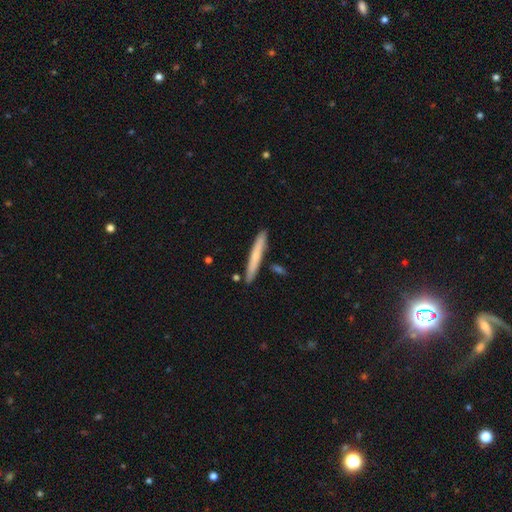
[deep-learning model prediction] A smooth galaxy with no disk features (63%) that is cigar-shaped (96%). Merging: none (86%).